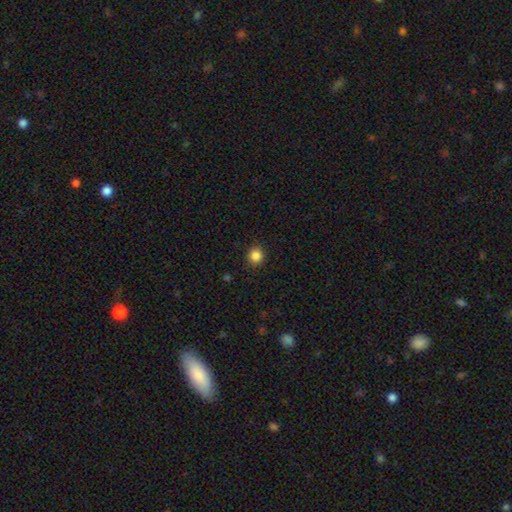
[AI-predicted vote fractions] A smooth galaxy with no disk features (86%) that is round (89%). Merging: none (90%).